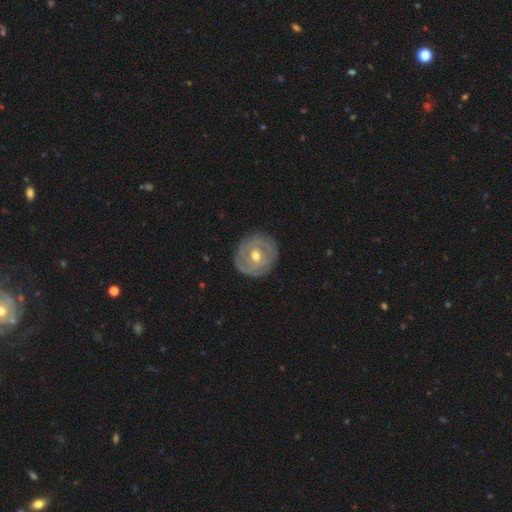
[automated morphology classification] smooth-or-featured: featured or disk: 74% | smooth: 21% | star or artifact: 5%
  disk-edge-on: no: 96% | yes: 4%
    bar: no: 45% | weak: 40% | strong: 15%
    has-spiral-arms: yes: 70% | no: 30%
    bulge-size: moderate: 72% | small: 23% | large: 3% | none: 1% | dominant: 1%
  merging: none: 84% | minor disturbance: 12% | major disturbance: 3% | merger: 1%